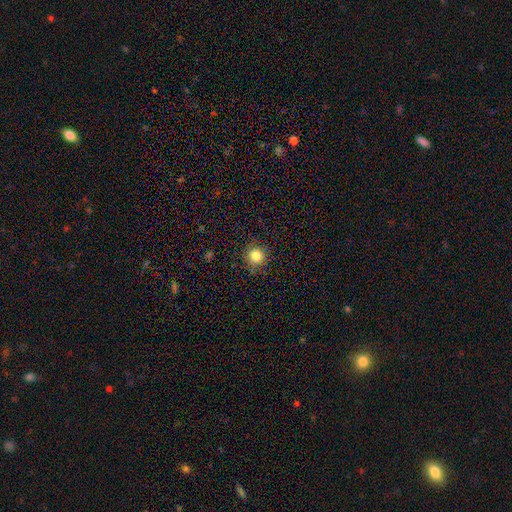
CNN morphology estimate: smooth 83%, star or artifact 12%, featured or disk 5%. Down the decision tree: how rounded — round (92%); merging — none (88%).